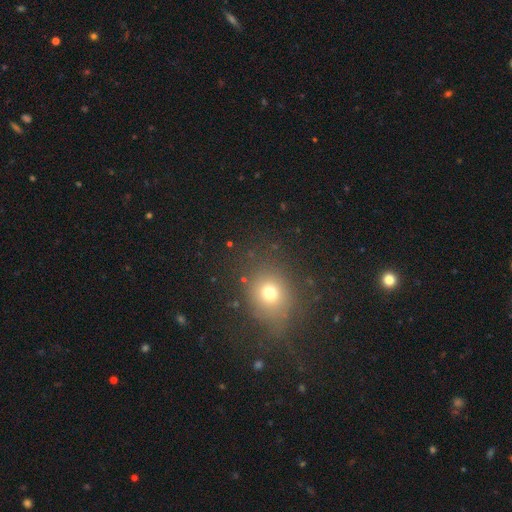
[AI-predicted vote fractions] A smooth galaxy with no disk features (57%) that is round (68%). Merging: none (83%).